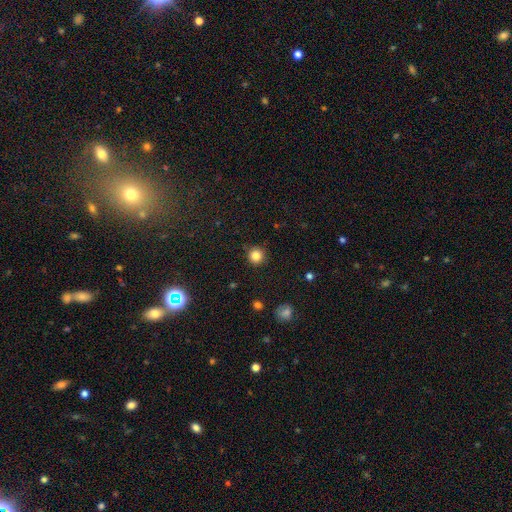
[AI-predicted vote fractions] Q: Smooth or featured?
A: smooth (84%); runner-up: star or artifact (12%)
Q: How rounded?
A: round (95%); runner-up: in between (5%)
Q: Merging?
A: none (91%); runner-up: minor disturbance (6%)